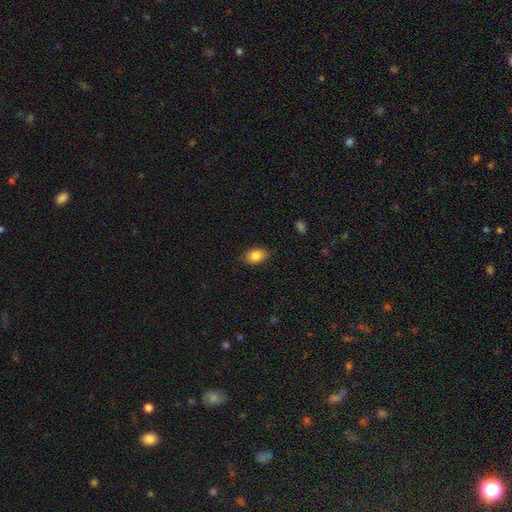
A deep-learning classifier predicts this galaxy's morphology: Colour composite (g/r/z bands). It shows a smooth galaxy with no disk features (85%) that is in between round and cigar-shaped (85%). Merging: none (84%).